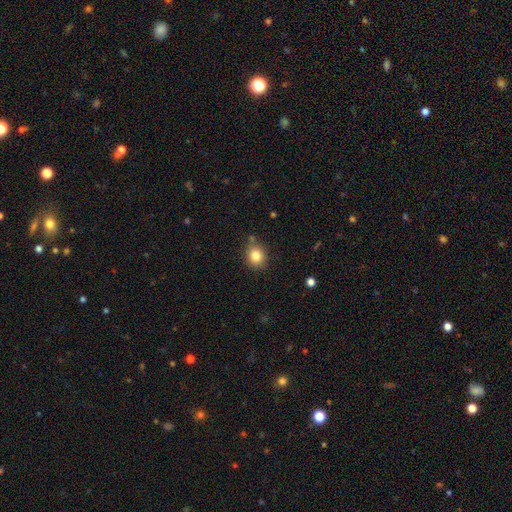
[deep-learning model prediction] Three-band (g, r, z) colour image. It shows a smooth galaxy with no disk features (83%) that is round (73%). Merging: none (80%).